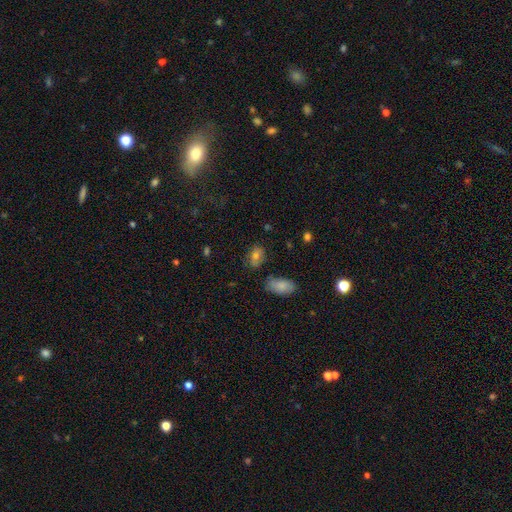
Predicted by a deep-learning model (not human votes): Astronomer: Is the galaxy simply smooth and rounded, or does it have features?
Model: smooth — 70%.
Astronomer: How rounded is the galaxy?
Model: in between — 79%.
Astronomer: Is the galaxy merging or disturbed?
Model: none — 72%.